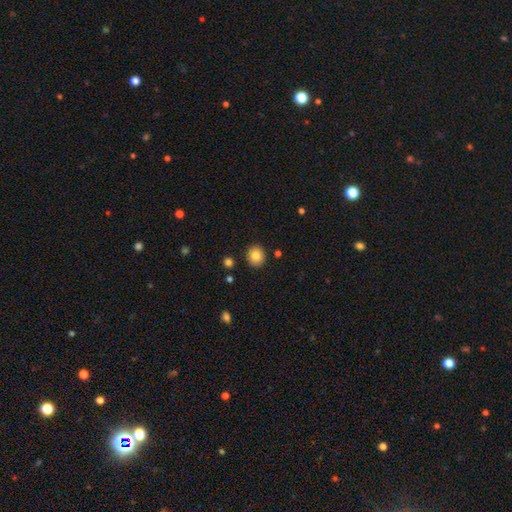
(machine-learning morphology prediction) A smooth galaxy with no disk features (82%) that is round (85%). Merging: none (89%).